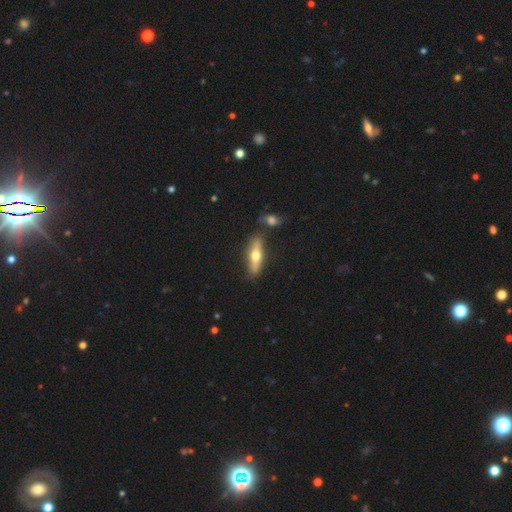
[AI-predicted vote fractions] The model was most divided on "smooth or featured": featured or disk: 50%, smooth: 44%, star or artifact: 6%. More confident: merging — none (77%).